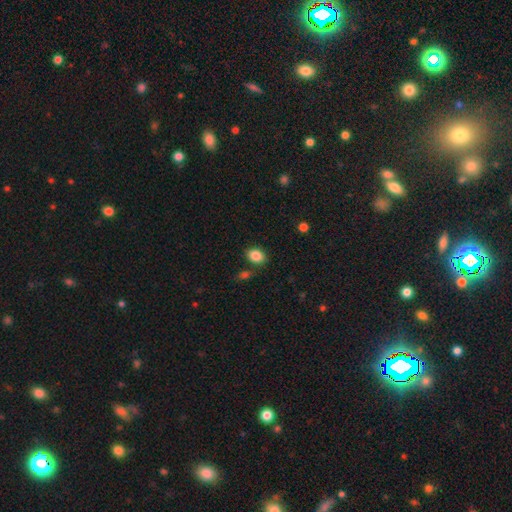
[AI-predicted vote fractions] Smooth or featured? Predicted: smooth (p=0.86). How rounded? Predicted: in between (p=0.73). Merging? Predicted: none (p=0.81).